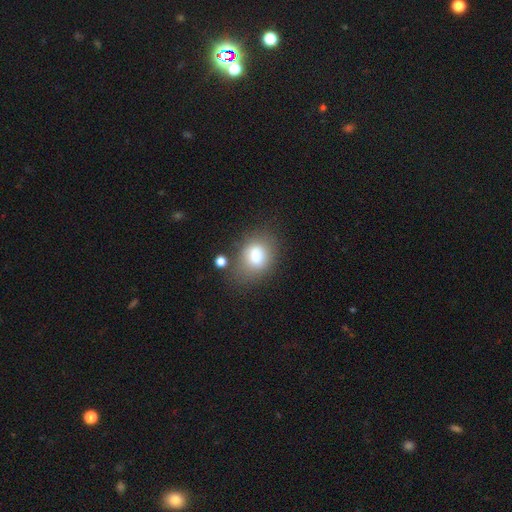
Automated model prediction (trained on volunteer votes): A smooth galaxy with no disk features (77%) that is in between round and cigar-shaped (70%). Merging: none (58%).